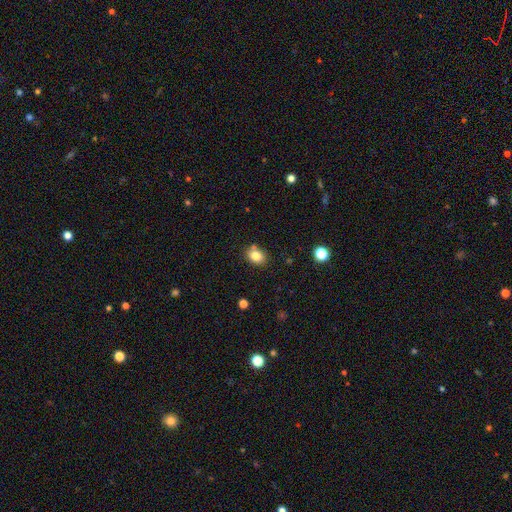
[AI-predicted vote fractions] Q: Smooth or featured?
A: smooth (82%); runner-up: star or artifact (10%)
Q: How rounded?
A: in between (55%); runner-up: round (44%)
Q: Merging?
A: none (76%); runner-up: minor disturbance (13%)